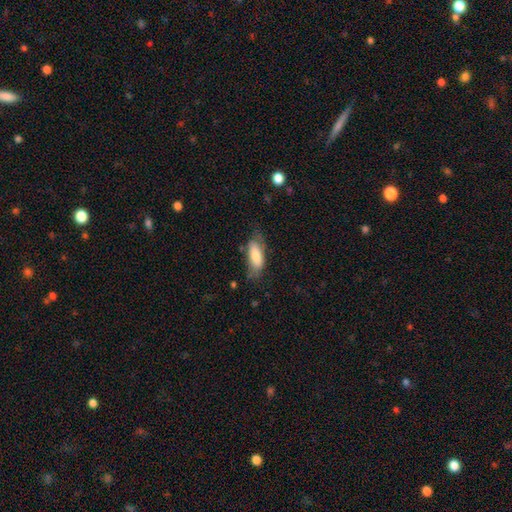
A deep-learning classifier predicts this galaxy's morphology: smooth_or_featured: smooth (p=0.72) [alt: featured or disk p=0.22]
how_rounded: in between (p=0.74) [alt: cigar-shaped p=0.24]
merging: none (p=0.59) [alt: minor disturbance p=0.28]